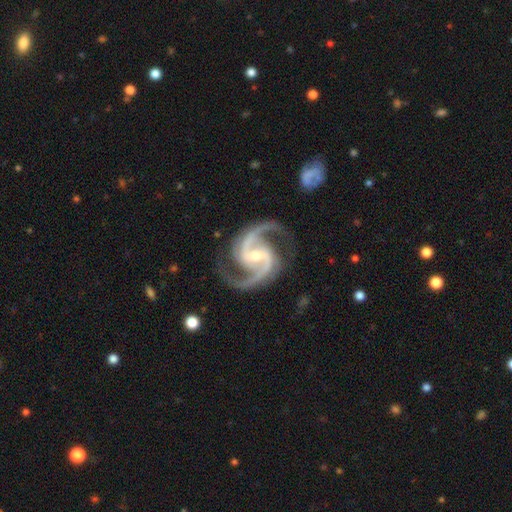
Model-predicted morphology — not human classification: This is clearly a featured or disk galaxy (95%). It is clearly not viewed edge-on (98%). Bar: marginally weak (45%). Spiral arm pattern: clearly yes (99%). Spiral arm count: clearly 2 (92%). Spiral winding: likely medium (69%). Central bulge: possibly small (52%). Merging: clearly none (81%).